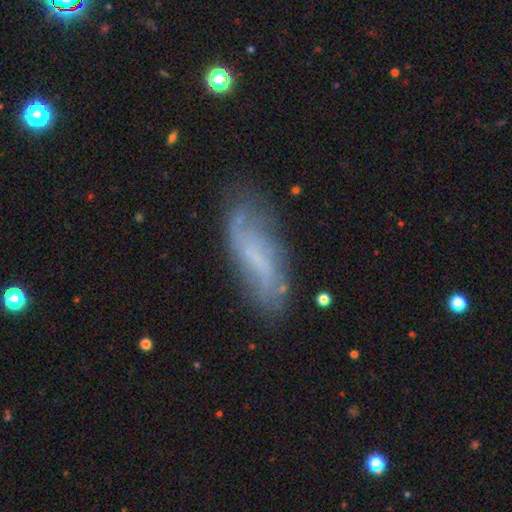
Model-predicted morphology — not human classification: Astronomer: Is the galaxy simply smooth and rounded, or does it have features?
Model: featured or disk — 53% (runner-up: smooth, 38%).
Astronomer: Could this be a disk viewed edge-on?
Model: no — 83%.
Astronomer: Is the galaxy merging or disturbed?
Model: none — 65%.